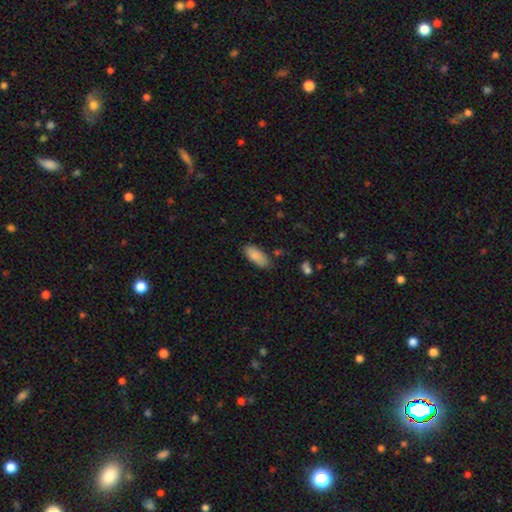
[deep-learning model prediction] Smooth or featured: smooth — 87% (featured or disk — 7%)
How rounded: in between — 85% (cigar-shaped — 13%)
Merging: none — 79% (minor disturbance — 15%)